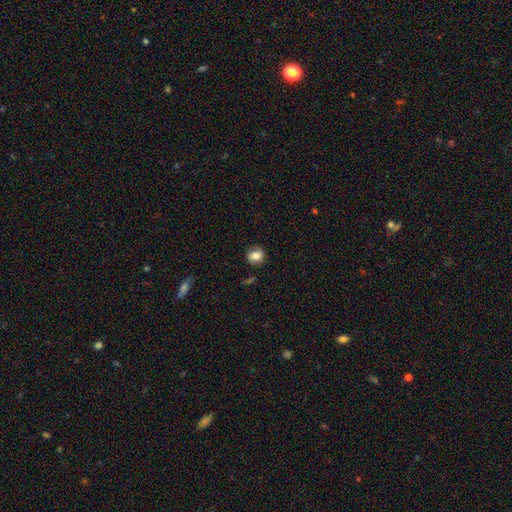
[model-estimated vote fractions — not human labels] The model was most divided on "how rounded": round: 73%, in between: 26%, cigar-shaped: 1%. More confident: merging — none (82%); smooth or featured — smooth (79%).